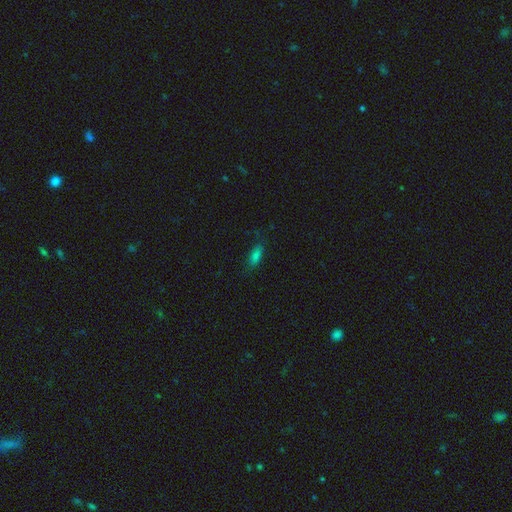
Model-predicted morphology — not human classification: Smooth or featured? Predicted: smooth (p=0.71). How rounded? Predicted: in between (p=0.62). Merging? Predicted: none (p=0.76).